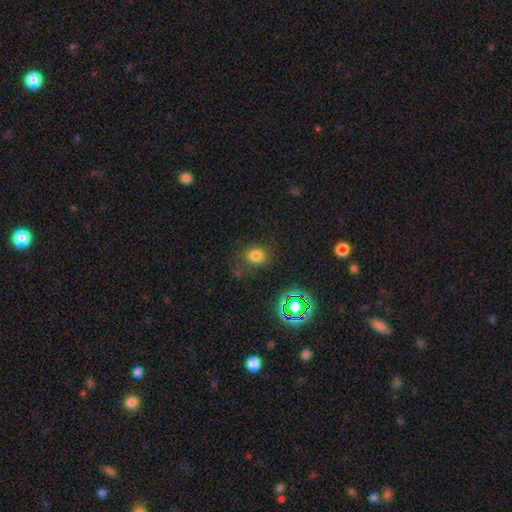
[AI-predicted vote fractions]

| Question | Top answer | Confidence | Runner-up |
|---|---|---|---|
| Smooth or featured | smooth | 74% | star or artifact (19%) |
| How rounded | round | 74% | in between (25%) |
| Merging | none | 76% | minor disturbance (15%) |